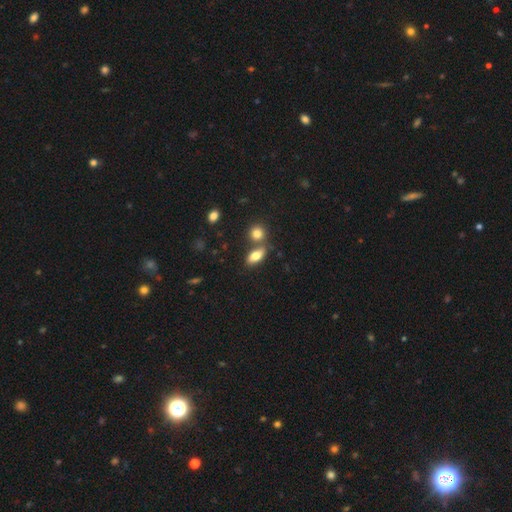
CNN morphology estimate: smooth_or_featured: smooth (p=0.78) [alt: featured or disk p=0.13]
how_rounded: in between (p=0.81) [alt: cigar-shaped p=0.12]
merging: none (p=0.58) [alt: merger p=0.28]